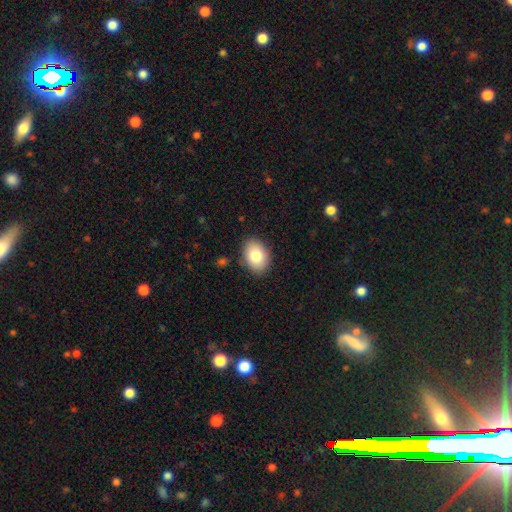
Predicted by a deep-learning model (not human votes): This is clearly a smooth galaxy (82%). How rounded: likely in between (75%). Merging: clearly none (86%).